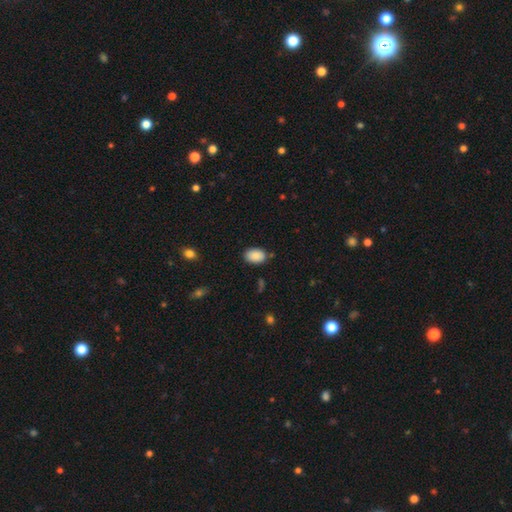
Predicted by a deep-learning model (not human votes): A smooth galaxy with no disk features (88%) that is in between round and cigar-shaped (86%).

Vote fractions:
- Smooth or featured? smooth: 88% / star or artifact: 7% / featured or disk: 4%
- How rounded? in between: 86% / round: 13% / cigar-shaped: 1%
- Merging? none: 82% / minor disturbance: 12% / major disturbance: 3% / merger: 2%